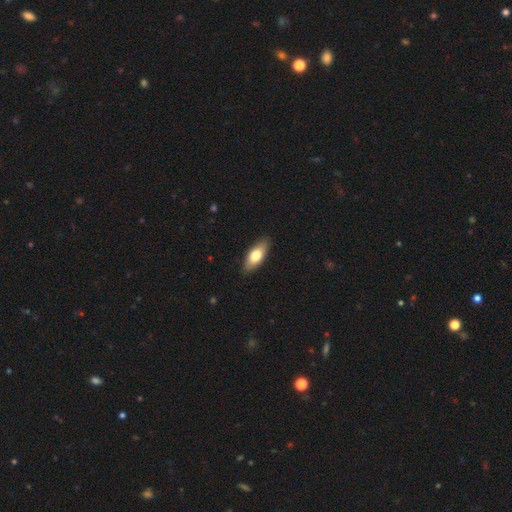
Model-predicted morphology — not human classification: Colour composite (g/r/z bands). It shows a smooth galaxy with no disk features (73%) that is in between round and cigar-shaped (78%). Merging: none (88%).